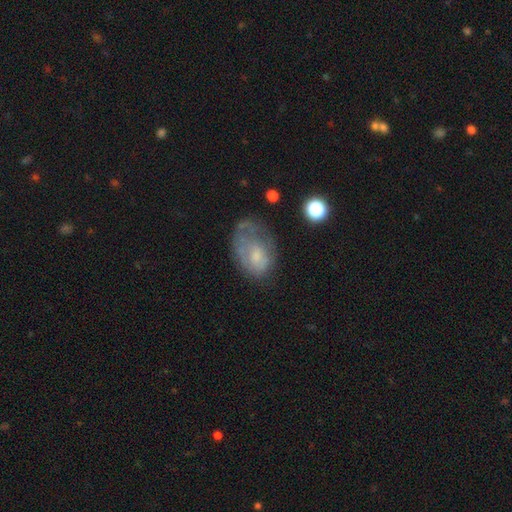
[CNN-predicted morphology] smooth_or_featured: smooth (p=0.51) [alt: featured or disk p=0.39]
how_rounded: in between (p=0.81) [alt: round p=0.17]
merging: none (p=0.38) [alt: minor disturbance p=0.30]